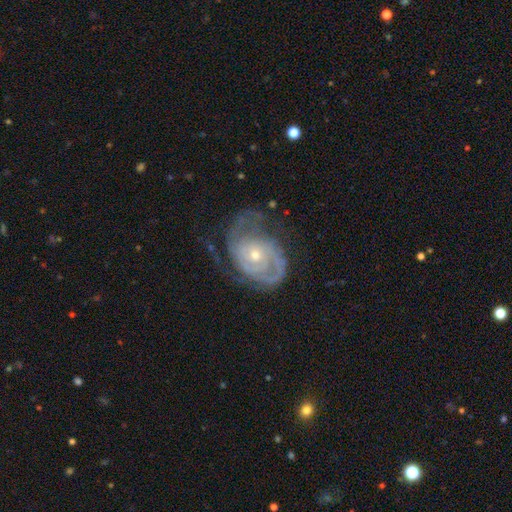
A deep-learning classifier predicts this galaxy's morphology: Smooth or featured: featured or disk — 86% (smooth — 8%)
Edge-on disk: no — 97% (yes — 3%)
Bar: no — 77% (weak — 19%)
Spiral arms: yes — 93% (no — 7%)
Spiral winding: tight — 61% (medium — 29%)
Spiral arm count: 2 — 48% (can't tell — 24%)
Bulge size: small — 57% (moderate — 40%)
Merging: none — 53% (minor disturbance — 24%)